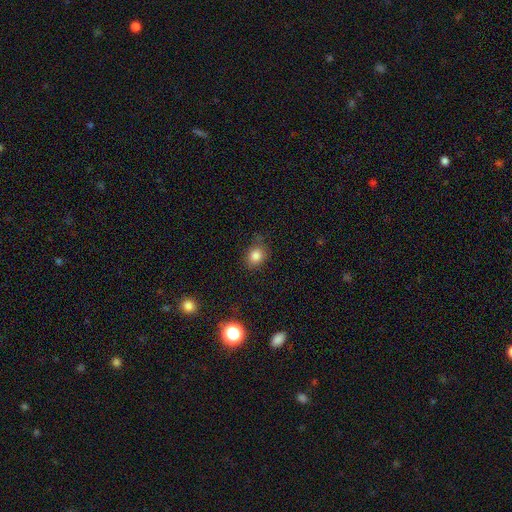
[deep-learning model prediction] smooth_or_featured: smooth (p=0.82) [alt: star or artifact p=0.12]
how_rounded: round (p=0.57) [alt: in between p=0.42]
merging: none (p=0.76) [alt: minor disturbance p=0.18]